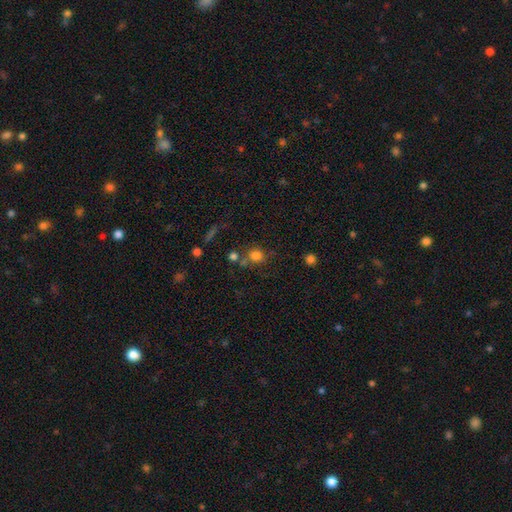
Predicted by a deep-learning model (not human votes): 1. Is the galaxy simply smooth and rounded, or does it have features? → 78% smooth, 14% star or artifact, 8% featured or disk.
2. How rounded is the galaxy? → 85% round, 14% in between, 1% cigar-shaped.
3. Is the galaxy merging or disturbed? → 60% none, 21% merger, 12% minor disturbance, 6% major disturbance.